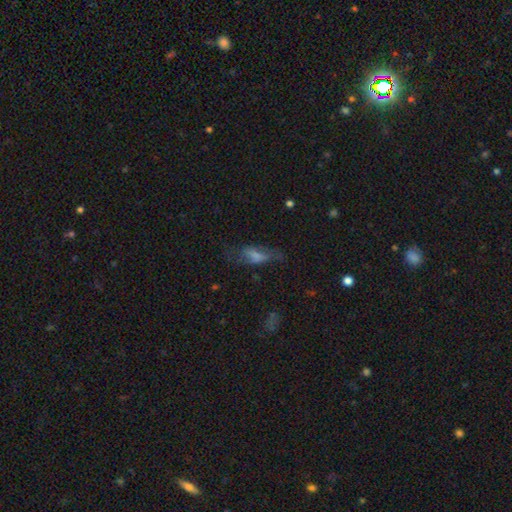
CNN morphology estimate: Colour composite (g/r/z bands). It shows a smooth galaxy with no disk features (54%) that is in between round and cigar-shaped (69%). Merging: none (43%).